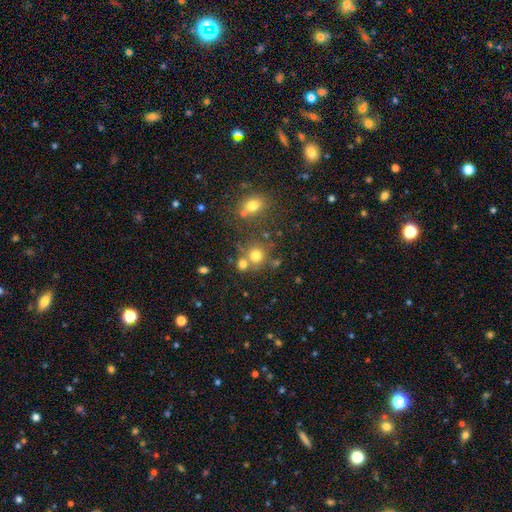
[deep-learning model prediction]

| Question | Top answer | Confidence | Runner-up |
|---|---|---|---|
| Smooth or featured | smooth | 73% | star or artifact (17%) |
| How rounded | round | 86% | in between (13%) |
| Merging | none | 61% | merger (25%) |